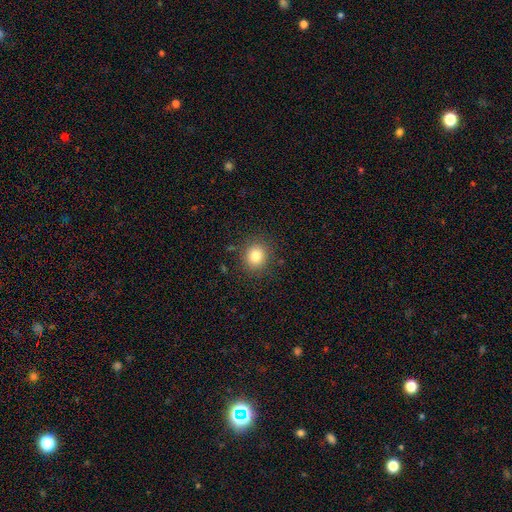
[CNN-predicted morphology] This appears to be a smooth galaxy with no disk features (81%) that is round (80%). Merging: none (87%).